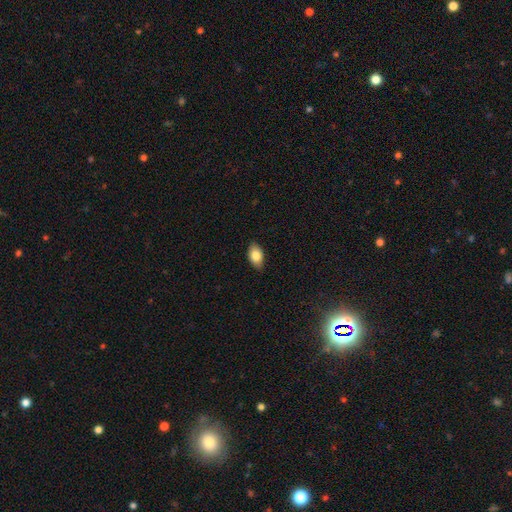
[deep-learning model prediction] smooth_or_featured: smooth (p=0.83) [alt: featured or disk p=0.10]
how_rounded: in between (p=0.90) [alt: round p=0.08]
merging: none (p=0.85) [alt: minor disturbance p=0.12]